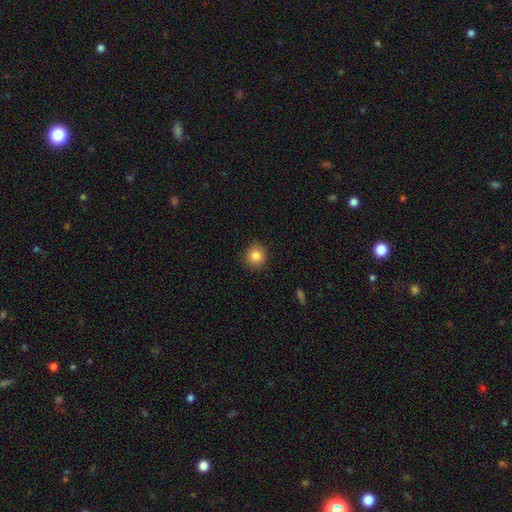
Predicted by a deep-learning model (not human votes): This is clearly a smooth galaxy (84%). How rounded: clearly round (91%). Merging: clearly none (91%).